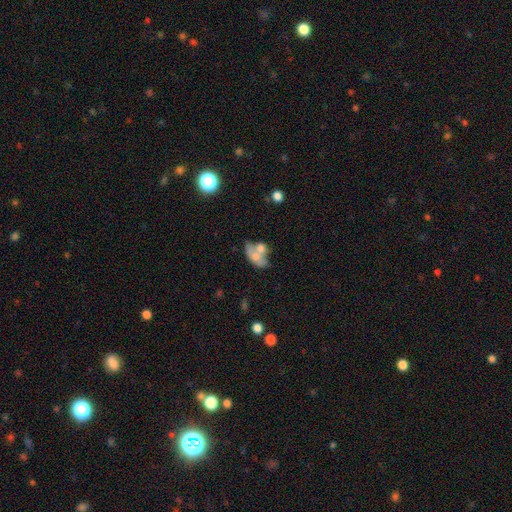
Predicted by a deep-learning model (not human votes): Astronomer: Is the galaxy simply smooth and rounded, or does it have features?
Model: smooth — 57% (runner-up: featured or disk, 34%).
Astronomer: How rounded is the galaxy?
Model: in between — 84%.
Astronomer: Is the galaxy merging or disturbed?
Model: merger — 56%.